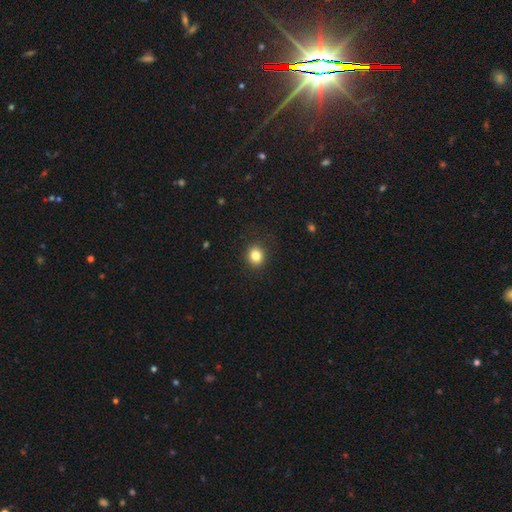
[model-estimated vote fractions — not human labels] This is clearly a smooth galaxy (83%). How rounded: clearly round (84%). Merging: clearly none (90%).